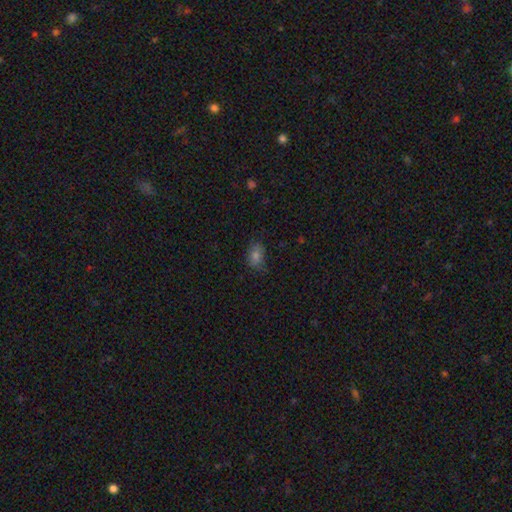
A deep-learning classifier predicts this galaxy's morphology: smooth_or_featured: smooth (p=0.72) [alt: star or artifact p=0.17]
how_rounded: in between (p=0.77) [alt: round p=0.21]
merging: none (p=0.71) [alt: minor disturbance p=0.22]